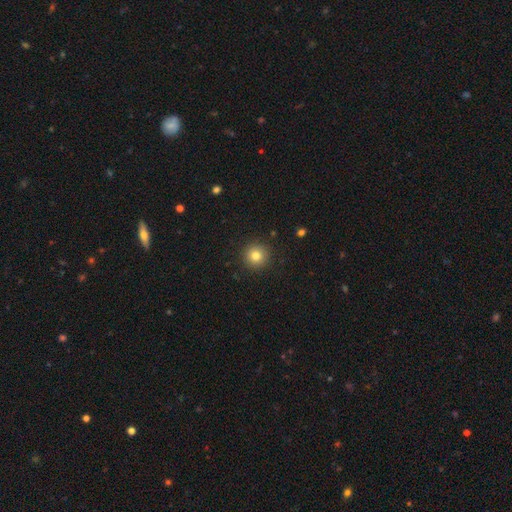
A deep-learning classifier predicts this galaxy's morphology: Q: Smooth or featured?
A: smooth (81%); runner-up: star or artifact (12%)
Q: How rounded?
A: round (95%); runner-up: in between (4%)
Q: Merging?
A: none (91%); runner-up: minor disturbance (6%)